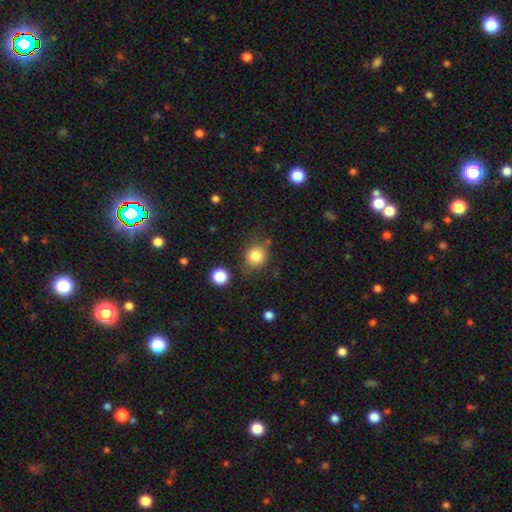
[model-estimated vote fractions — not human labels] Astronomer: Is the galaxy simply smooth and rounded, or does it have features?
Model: smooth — 83%.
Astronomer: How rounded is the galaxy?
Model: round — 77%.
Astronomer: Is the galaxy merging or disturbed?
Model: none — 75%.